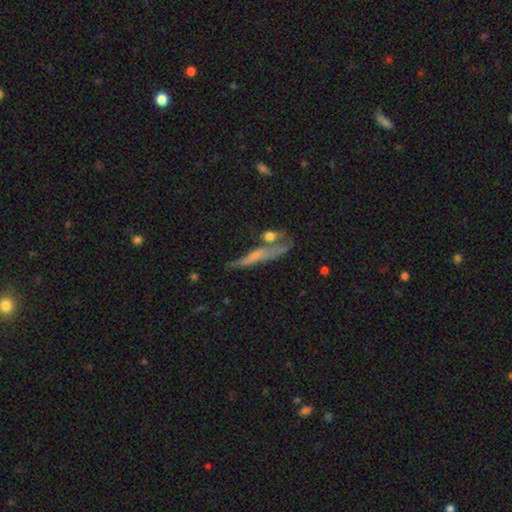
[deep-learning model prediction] This is possibly a featured or disk galaxy (48%). Merging: marginally none (43%).